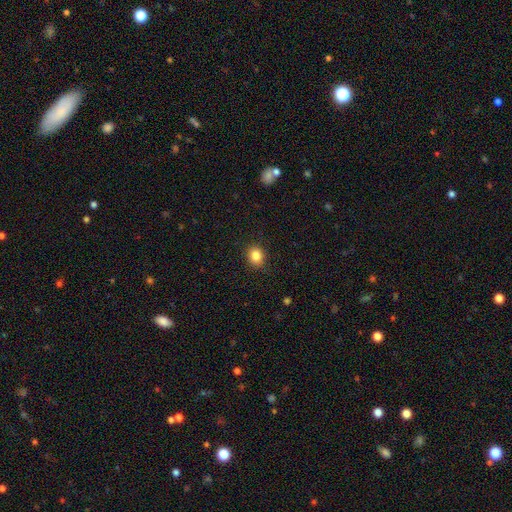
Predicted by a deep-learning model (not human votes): smooth 84%, star or artifact 11%, featured or disk 5%. Down the decision tree: how rounded — round (72%); merging — none (89%).